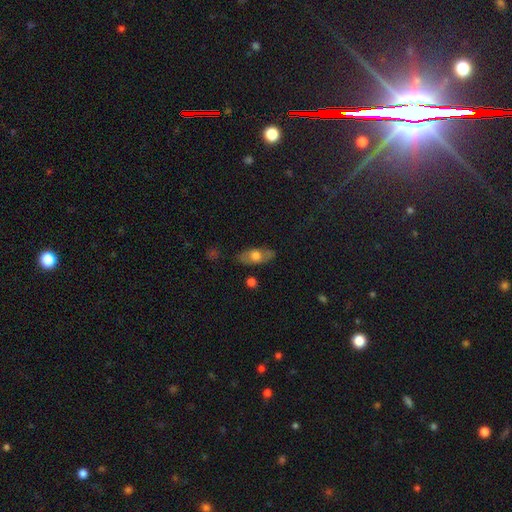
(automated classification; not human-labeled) A smooth galaxy with no disk features (56%) that is in between round and cigar-shaped (84%). Merging: none (81%).